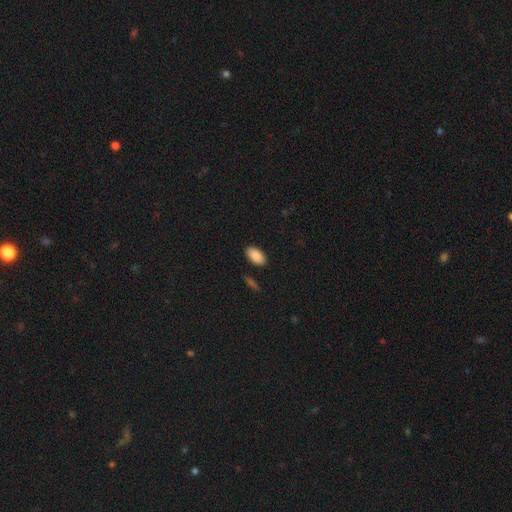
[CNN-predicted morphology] A smooth galaxy with no disk features (89%) that is in between round and cigar-shaped (94%).

Vote fractions:
- Smooth or featured? smooth: 89% / star or artifact: 7% / featured or disk: 4%
- How rounded? in between: 94% / round: 3% / cigar-shaped: 3%
- Merging? none: 88% / minor disturbance: 8% / major disturbance: 2% / merger: 2%